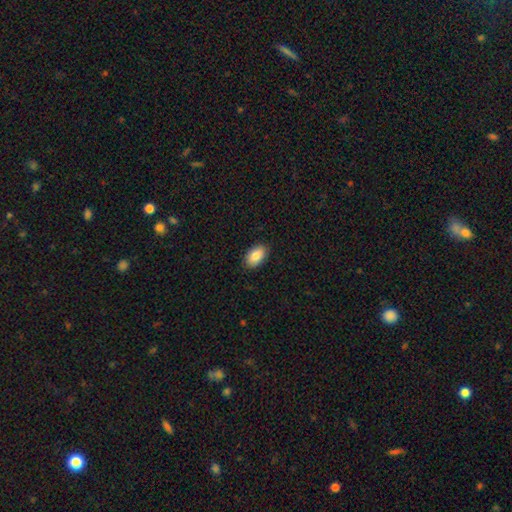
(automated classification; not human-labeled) A smooth galaxy with no disk features (85%) that is in between round and cigar-shaped (93%). Merging: none (89%).